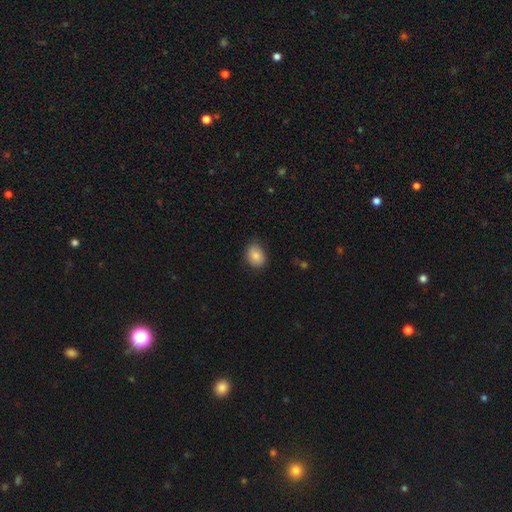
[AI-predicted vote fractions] Q: Smooth or featured?
A: smooth (83%); runner-up: featured or disk (9%)
Q: How rounded?
A: in between (61%); runner-up: round (38%)
Q: Merging?
A: none (75%); runner-up: minor disturbance (20%)